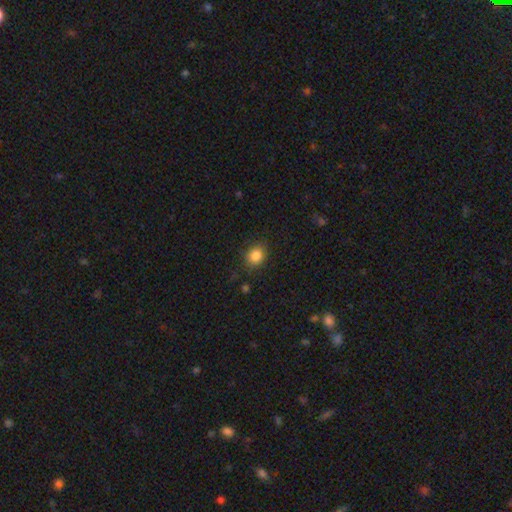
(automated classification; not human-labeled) This is clearly a smooth galaxy (85%). How rounded: likely round (67%). Merging: clearly none (83%).